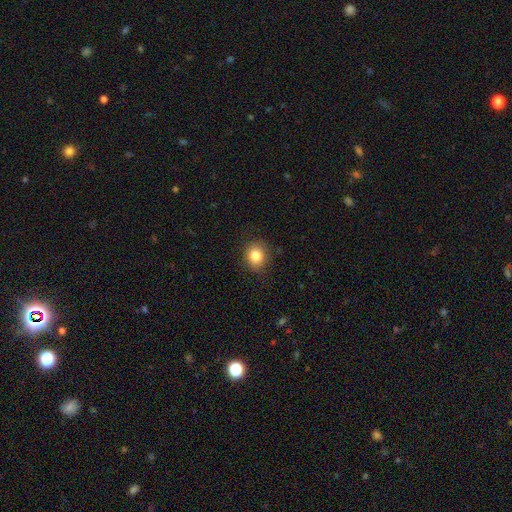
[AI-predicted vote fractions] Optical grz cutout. It shows a smooth galaxy with no disk features (84%) that is round (75%). Merging: none (86%).